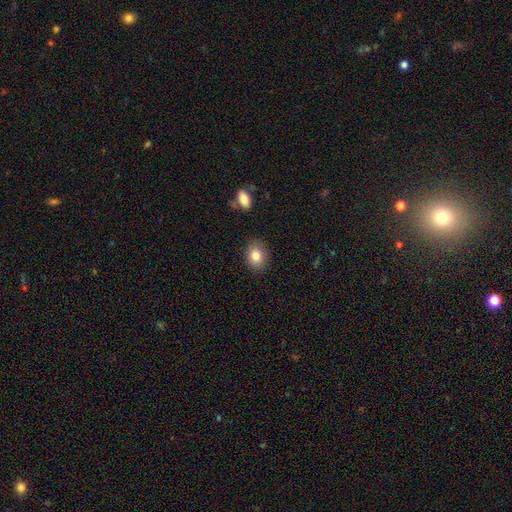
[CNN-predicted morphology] smooth 82%, star or artifact 9%, featured or disk 9%. Down the decision tree: how rounded — in between (54%); merging — none (85%).